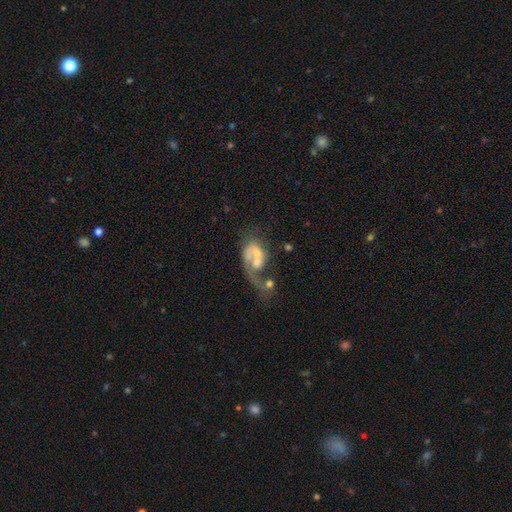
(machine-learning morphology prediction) Smooth or featured?
  - featured or disk: 65% *
  - smooth: 27%
  - star or artifact: 8%
Edge-on disk?
  - no: 97% *
  - yes: 3%
Bar?
  - no: 74% *
  - weak: 21%
  - strong: 5%
Spiral arms?
  - yes: 68% *
  - no: 32%
Bulge size?
  - moderate: 46% *
  - small: 29%
  - none: 13%
  - large: 10%
  - dominant: 3%
Merging?
  - merger: 52% *
  - major disturbance: 25%
  - none: 14%
  - minor disturbance: 8%